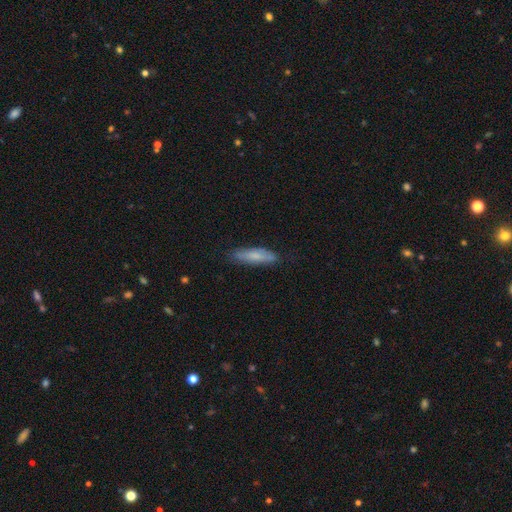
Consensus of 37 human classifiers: Smooth or featured? smooth (68%)
How rounded? cigar-shaped (88%)
Merging? none (80%)